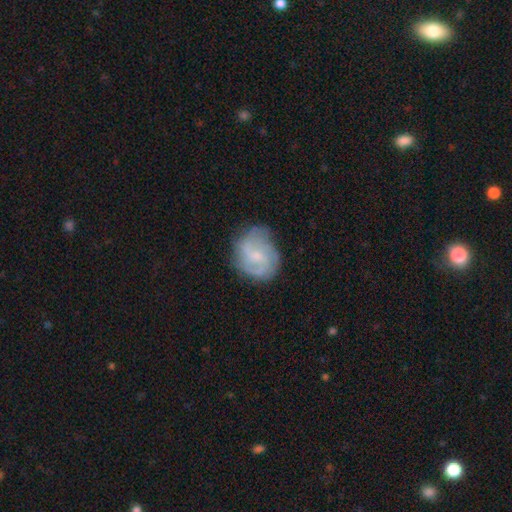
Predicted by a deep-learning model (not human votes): Smooth or featured? featured or disk (68%)
Edge-on disk? no (98%)
Bar? weak (49%)
Spiral arms? yes (88%)
Spiral winding? medium (46%)
Spiral arm count? 2 (43%)
Bulge size? small (61%)
Merging? none (66%)